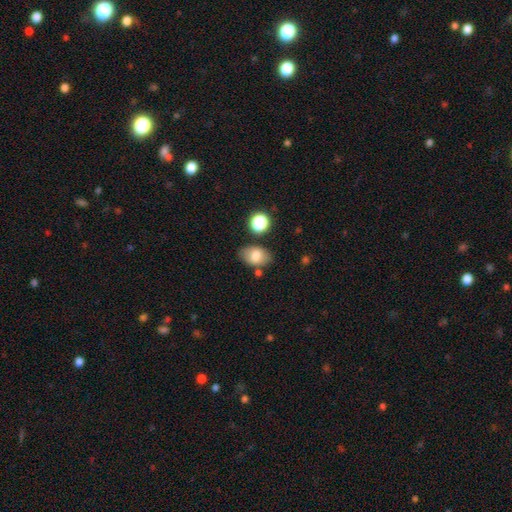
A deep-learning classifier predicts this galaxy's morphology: Overall: smooth (73%). How rounded: in between (84%). Merging: none (75%).